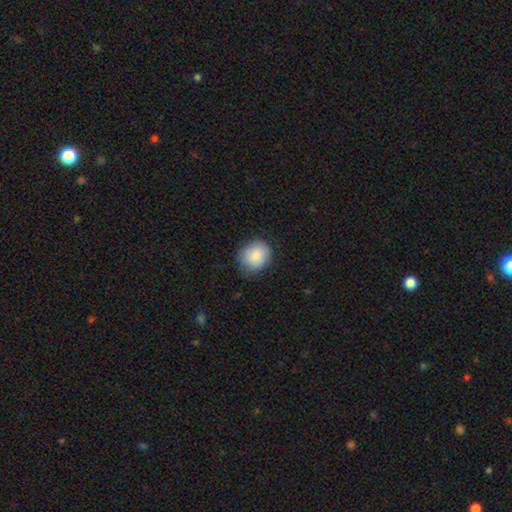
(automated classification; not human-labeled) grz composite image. It shows a smooth galaxy with no disk features (85%) that is round (66%). Merging: none (79%).